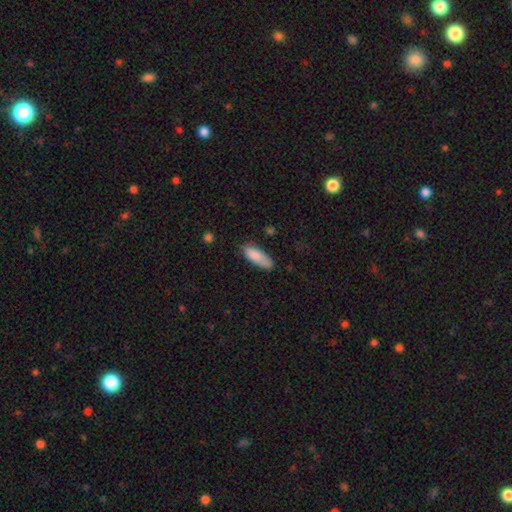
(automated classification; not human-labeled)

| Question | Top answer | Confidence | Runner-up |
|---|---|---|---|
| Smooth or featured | smooth | 86% | featured or disk (8%) |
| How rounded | in between | 69% | cigar-shaped (29%) |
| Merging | none | 70% | minor disturbance (23%) |